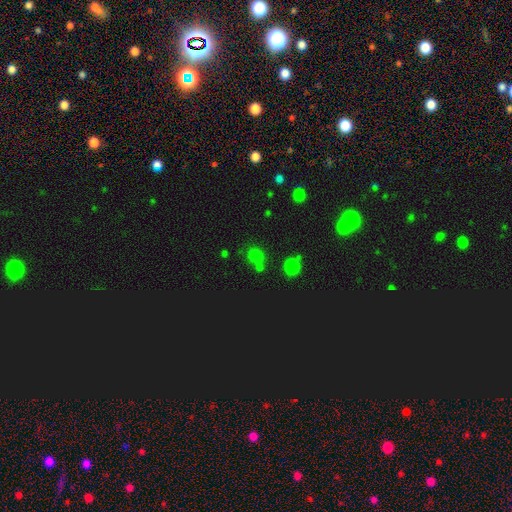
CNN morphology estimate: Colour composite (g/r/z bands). It shows a smooth galaxy with no disk features (67%) that is round (74%). Merging: none (65%).